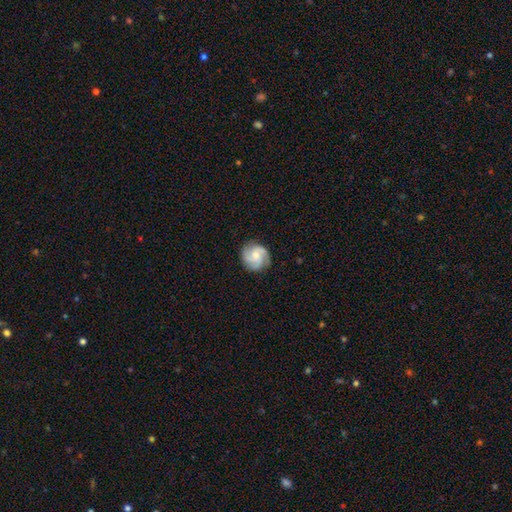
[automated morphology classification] smooth-or-featured: featured or disk: 76% | smooth: 18% | star or artifact: 6%
  disk-edge-on: no: 98% | yes: 2%
    bar: no: 64% | weak: 31% | strong: 5%
    has-spiral-arms: yes: 97% | no: 3%
      spiral-winding: medium: 46% | tight: 43% | loose: 12%
      spiral-arm-count: 3: 67% | 2: 14% | 4: 7% | can't tell: 6% | 1: 3% | more than 4: 3%
    bulge-size: moderate: 44% | small: 42% | none: 7% | large: 5% | dominant: 1%
  merging: none: 83% | minor disturbance: 12% | major disturbance: 4% | merger: 1%